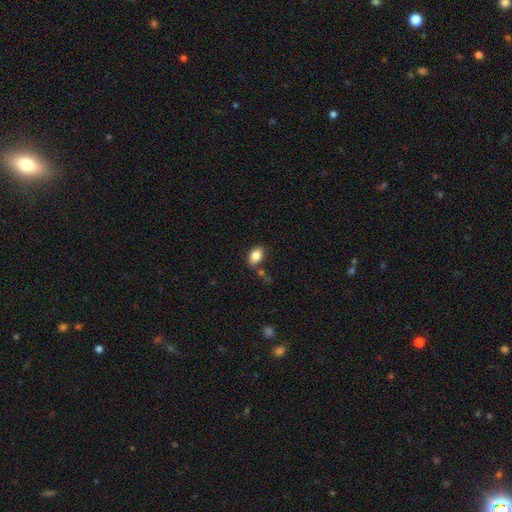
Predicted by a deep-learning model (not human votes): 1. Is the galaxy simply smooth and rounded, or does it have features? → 83% smooth, 8% star or artifact, 8% featured or disk.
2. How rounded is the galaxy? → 84% in between, 14% round, 2% cigar-shaped.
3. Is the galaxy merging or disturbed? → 74% none, 14% minor disturbance, 8% merger, 4% major disturbance.